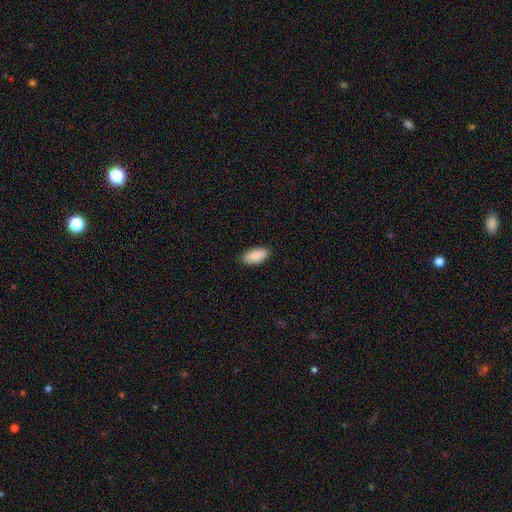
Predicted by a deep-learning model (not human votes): A smooth galaxy with no disk features (90%) that is in between round and cigar-shaped (92%).

Vote fractions:
- Smooth or featured? smooth: 90% / star or artifact: 6% / featured or disk: 4%
- How rounded? in between: 92% / cigar-shaped: 6% / round: 2%
- Merging? none: 88% / minor disturbance: 9% / major disturbance: 2% / merger: 1%